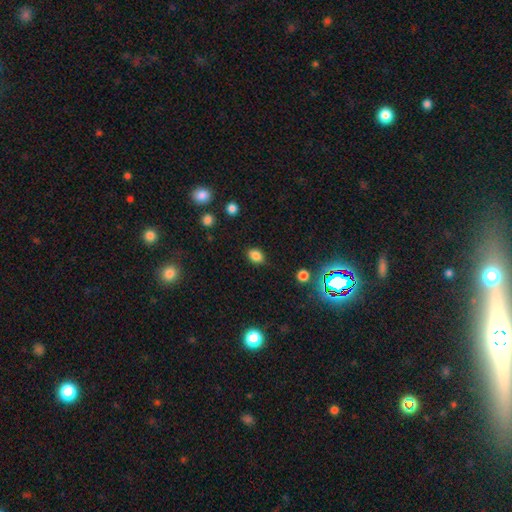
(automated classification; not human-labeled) This appears to be a smooth galaxy with no disk features (83%) that is in between round and cigar-shaped (70%). Merging: none (85%).